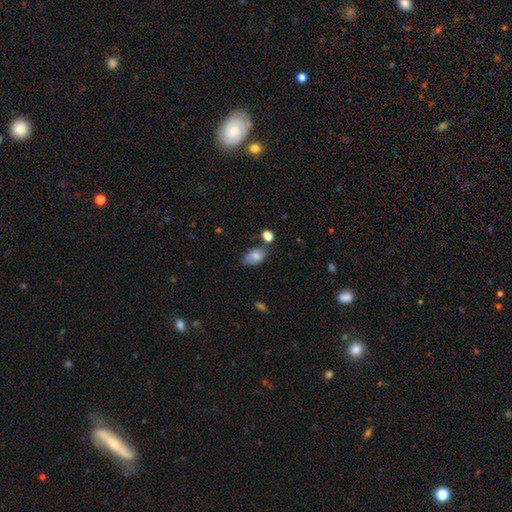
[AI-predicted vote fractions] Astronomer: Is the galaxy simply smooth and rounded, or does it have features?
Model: smooth — 74%.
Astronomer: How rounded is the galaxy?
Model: in between — 91%.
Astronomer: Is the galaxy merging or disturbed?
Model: none — 55%.